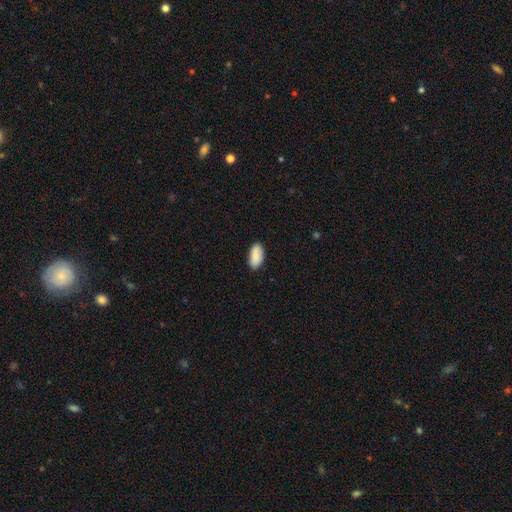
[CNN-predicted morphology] Smooth or featured?
  - smooth: 89% *
  - star or artifact: 6%
  - featured or disk: 5%
How rounded?
  - in between: 94% *
  - cigar-shaped: 4%
  - round: 2%
Merging?
  - none: 85% *
  - minor disturbance: 12%
  - major disturbance: 2%
  - merger: 1%